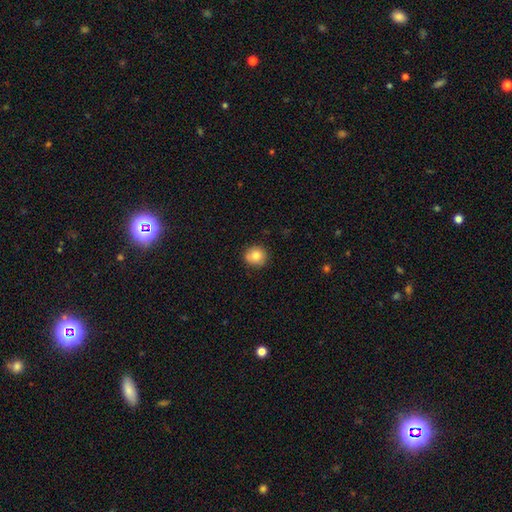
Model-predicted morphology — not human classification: Smooth or featured: smooth — 82% (star or artifact — 9%)
How rounded: round — 88% (in between — 11%)
Merging: none — 85% (minor disturbance — 12%)